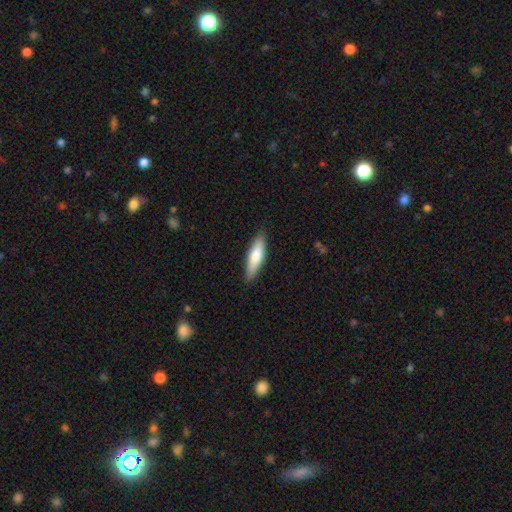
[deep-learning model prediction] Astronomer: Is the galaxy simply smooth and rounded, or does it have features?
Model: smooth — 73%.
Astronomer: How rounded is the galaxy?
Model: cigar-shaped — 62%.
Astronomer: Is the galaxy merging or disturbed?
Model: none — 86%.